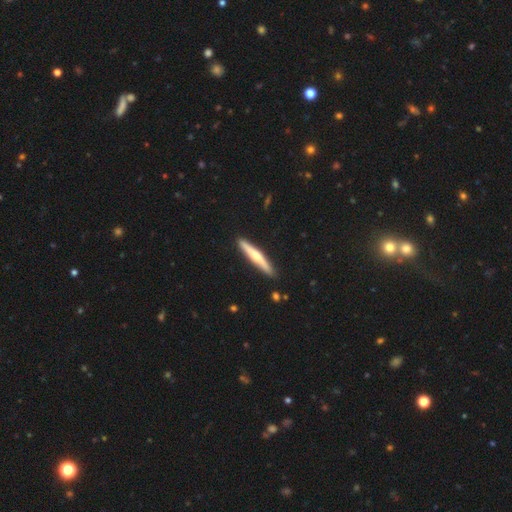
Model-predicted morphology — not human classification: type=featured or disk (55%); edge-on=yes (96%); edge-on bulge=rounded (82%); merging=none (90%).